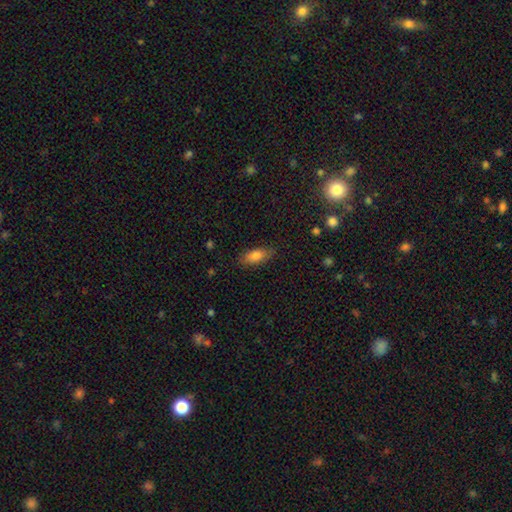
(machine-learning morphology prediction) Q: Smooth or featured?
A: smooth (80%); runner-up: featured or disk (13%)
Q: How rounded?
A: in between (81%); runner-up: cigar-shaped (15%)
Q: Merging?
A: none (82%); runner-up: minor disturbance (14%)